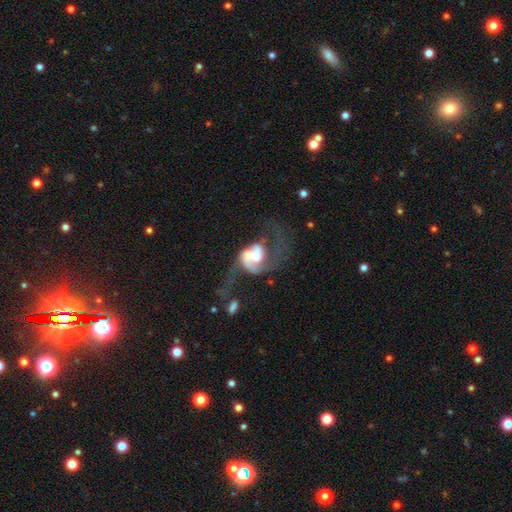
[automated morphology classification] featured or disk 74%, smooth 18%, star or artifact 8%. Down the decision tree: edge-on disk — no (98%); bar — no (50%); spiral arms — yes (80%); spiral arm count — 2 (64%); spiral winding — loose (58%); bulge size — moderate (35%); merging — major disturbance (38%).